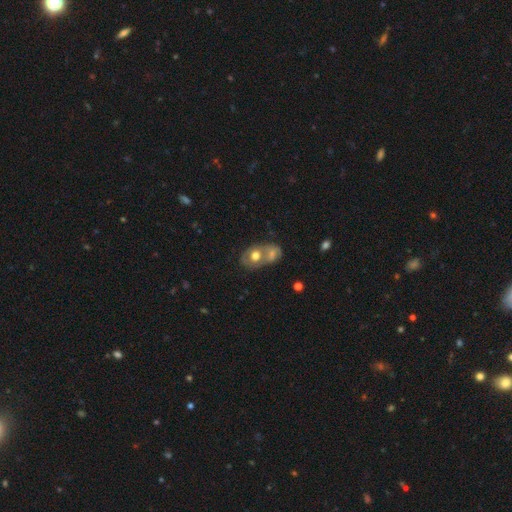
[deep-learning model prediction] A smooth galaxy with no disk features (51%) that is in between round and cigar-shaped (62%).

Vote fractions:
- Smooth or featured? smooth: 51% / featured or disk: 40% / star or artifact: 9%
- How rounded? in between: 62% / round: 36% / cigar-shaped: 2%
- Merging? merger: 62% / none: 24% / minor disturbance: 9% / major disturbance: 5%